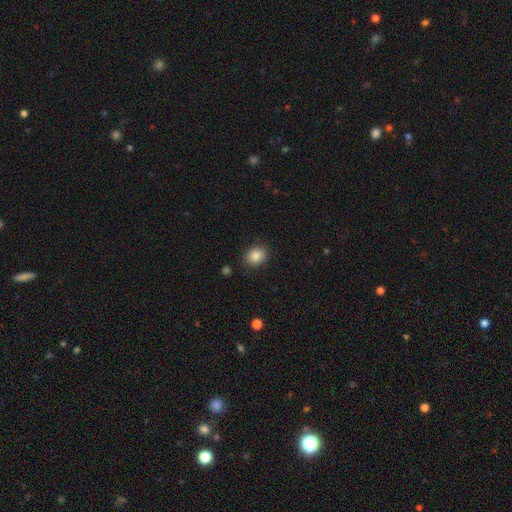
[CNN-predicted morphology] Overall: smooth (84%). How rounded: round (58%; in between 42%). Merging: none (87%).